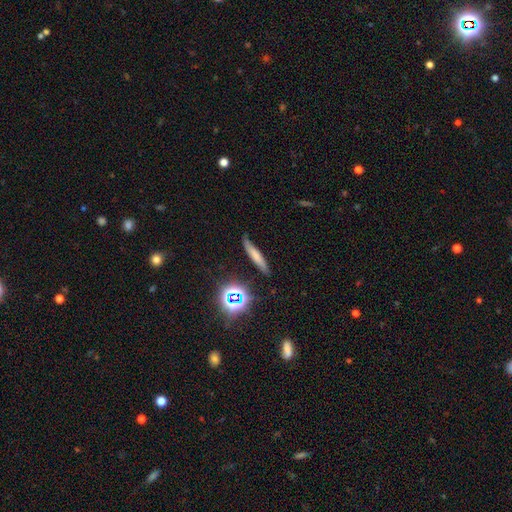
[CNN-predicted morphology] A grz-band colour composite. It shows a smooth galaxy with no disk features (60%) that is cigar-shaped (88%). Merging: none (76%).